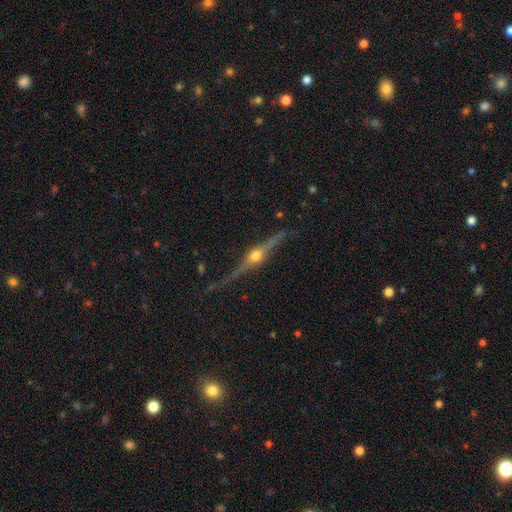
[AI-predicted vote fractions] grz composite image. It shows a featured or disk galaxy (85%) viewed edge-on (97%) with a rounded central bulge (95%). Merging: none (81%).